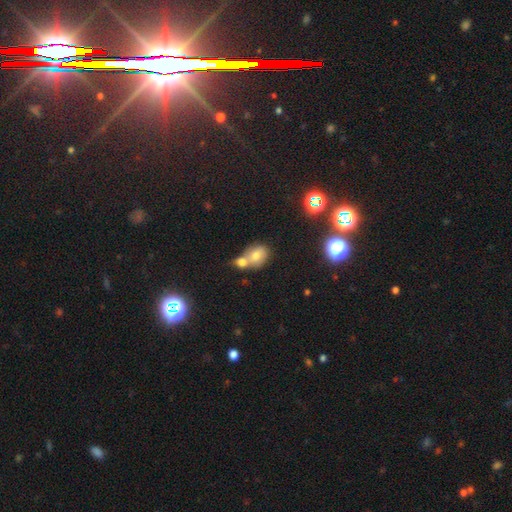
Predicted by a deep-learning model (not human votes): Smooth or featured: smooth — 68% (featured or disk — 18%)
How rounded: round — 53% (in between — 45%)
Merging: merger — 58% (none — 30%)